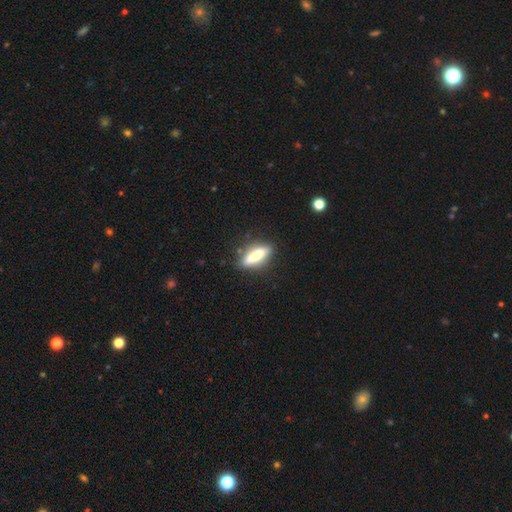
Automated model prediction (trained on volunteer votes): smooth-or-featured: smooth: 70% | featured or disk: 23% | star or artifact: 7%
  how-rounded: cigar-shaped: 59% | in between: 38% | round: 2%
  merging: none: 83% | minor disturbance: 12% | major disturbance: 3% | merger: 2%